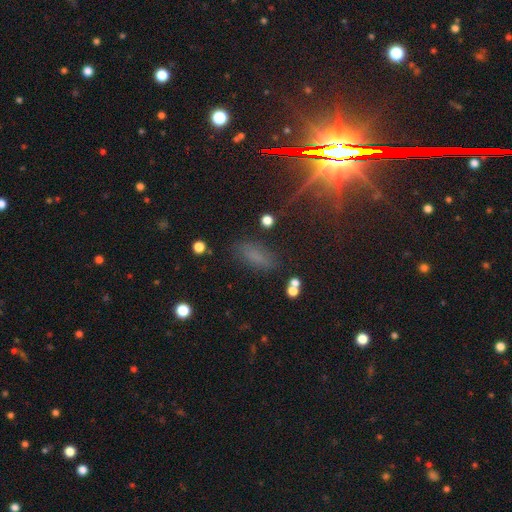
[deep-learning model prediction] A smooth galaxy with no disk features (63%) that is in between round and cigar-shaped (72%). Merging: none (78%).